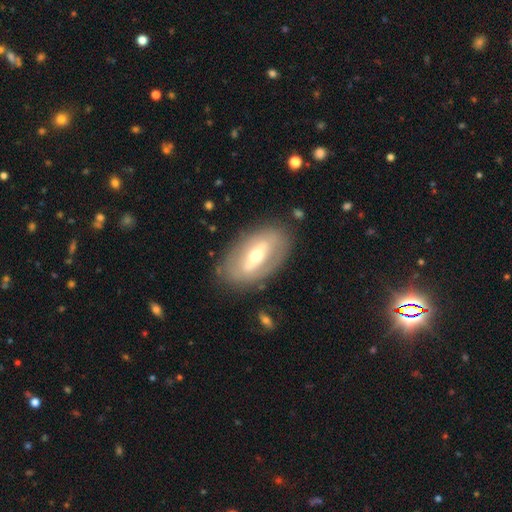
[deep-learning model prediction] Morphology: type=featured or disk (65%); edge-on=no (81%); bar=strong (58%); spiral arms=no (73%); bulge=moderate (60%); merging=none (80%).